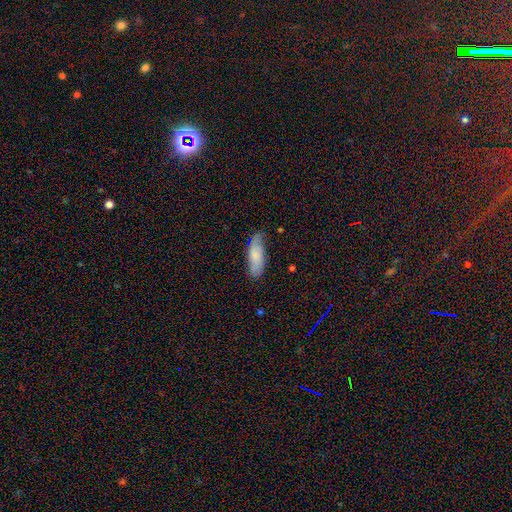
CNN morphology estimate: This is likely a smooth galaxy (73%). How rounded: likely in between (71%). Merging: likely none (66%).